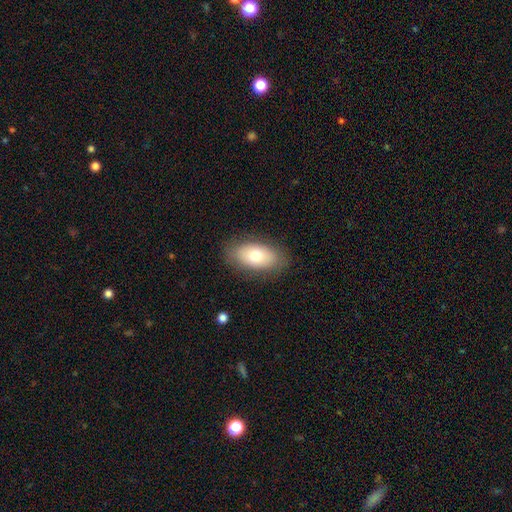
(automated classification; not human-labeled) Smooth or featured: smooth — 73% (featured or disk — 20%)
How rounded: in between — 92% (round — 6%)
Merging: none — 84% (minor disturbance — 12%)